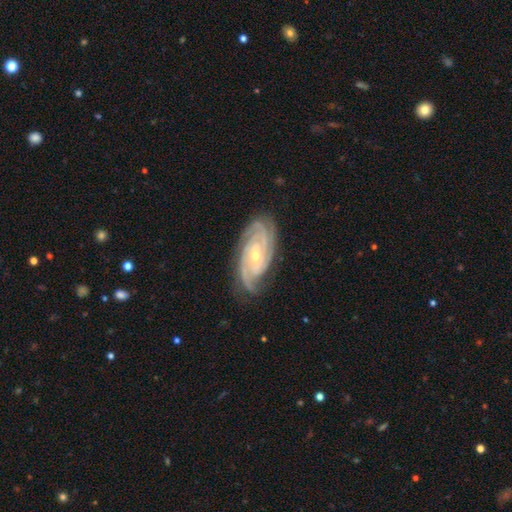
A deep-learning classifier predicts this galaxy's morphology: Smooth or featured: featured or disk — 91% (star or artifact — 5%)
Edge-on disk: no — 96% (yes — 4%)
Bar: no — 53% (weak — 32%)
Spiral arms: yes — 99% (no — 1%)
Spiral winding: tight — 74% (medium — 23%)
Spiral arm count: 3 — 38% (4 — 25%)
Bulge size: small — 62% (moderate — 35%)
Merging: none — 80% (minor disturbance — 15%)